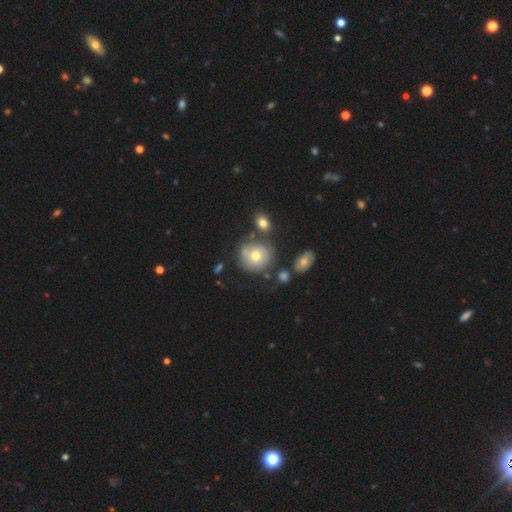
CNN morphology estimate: type=smooth (55%); roundness=round (82%); merging=none (62%).